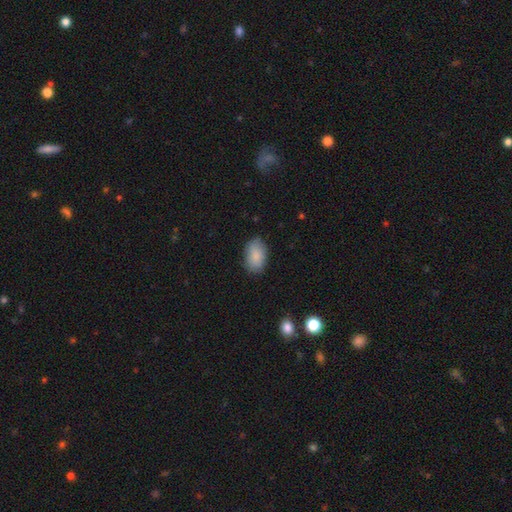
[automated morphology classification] smooth 87%, star or artifact 6%, featured or disk 6%. Down the decision tree: how rounded — in between (91%); merging — none (81%).